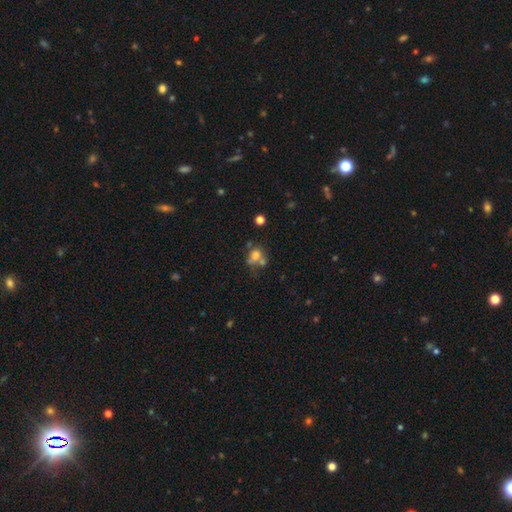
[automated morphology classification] smooth-or-featured: smooth: 67% | featured or disk: 18% | star or artifact: 15%
  how-rounded: round: 58% | in between: 40% | cigar-shaped: 1%
  merging: merger: 38% | none: 36% | minor disturbance: 15% | major disturbance: 11%